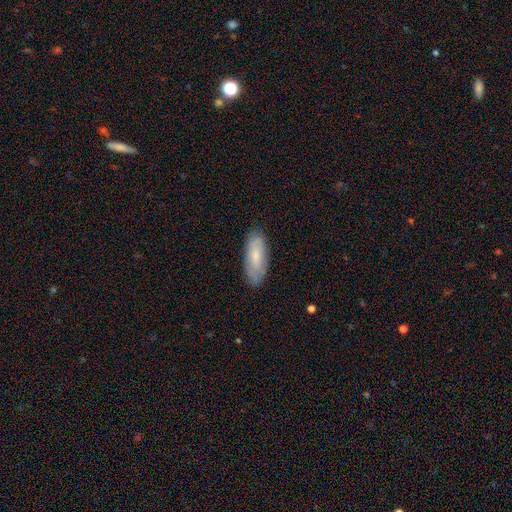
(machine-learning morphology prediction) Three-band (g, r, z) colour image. It shows a smooth galaxy with no disk features (71%) that is in between round and cigar-shaped (74%). Merging: none (83%).